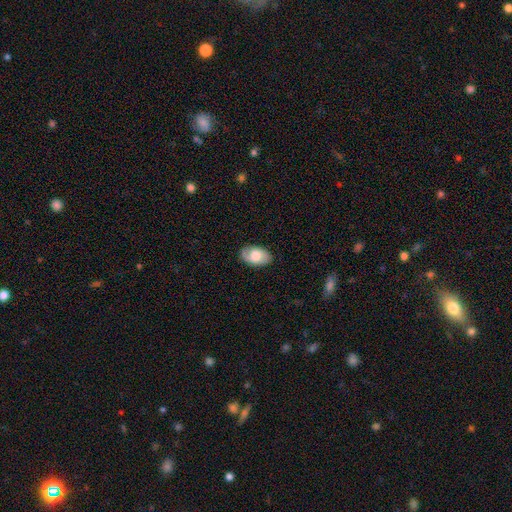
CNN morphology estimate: smooth 58%, featured or disk 34%, star or artifact 7%. Down the decision tree: how rounded — in between (92%); merging — none (79%).